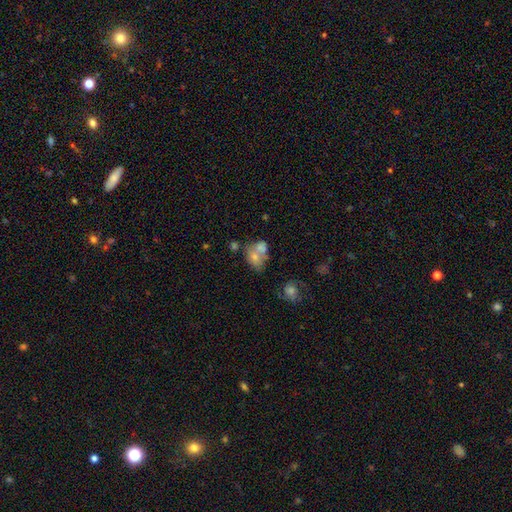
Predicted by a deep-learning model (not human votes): Smooth or featured? smooth (64%)
How rounded? in between (60%)
Merging? merger (54%)